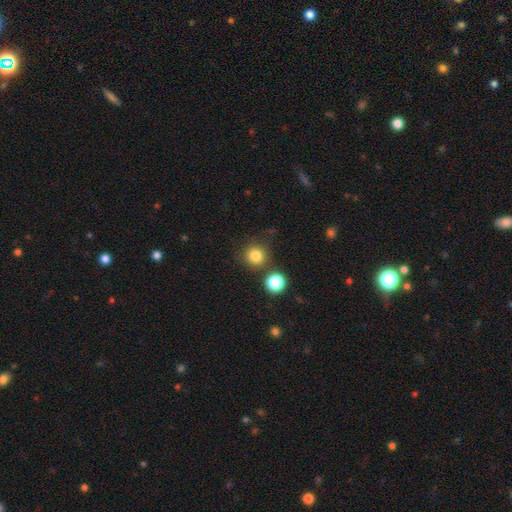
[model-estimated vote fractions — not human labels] Smooth or featured? smooth (81%)
How rounded? round (92%)
Merging? none (78%)